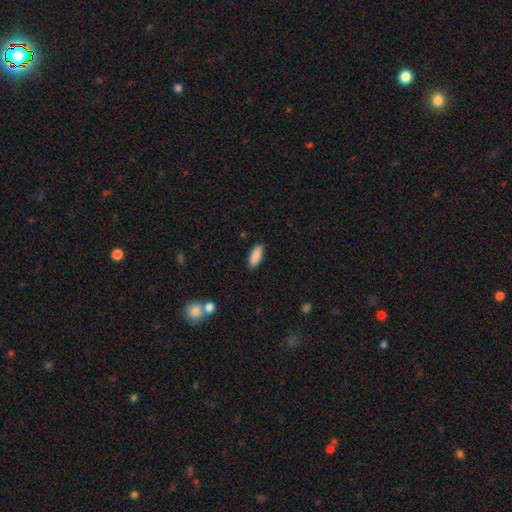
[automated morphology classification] Smooth or featured?
  - smooth: 89% *
  - star or artifact: 6%
  - featured or disk: 4%
How rounded?
  - in between: 78% *
  - cigar-shaped: 20%
  - round: 2%
Merging?
  - none: 88% *
  - minor disturbance: 8%
  - major disturbance: 2%
  - merger: 1%